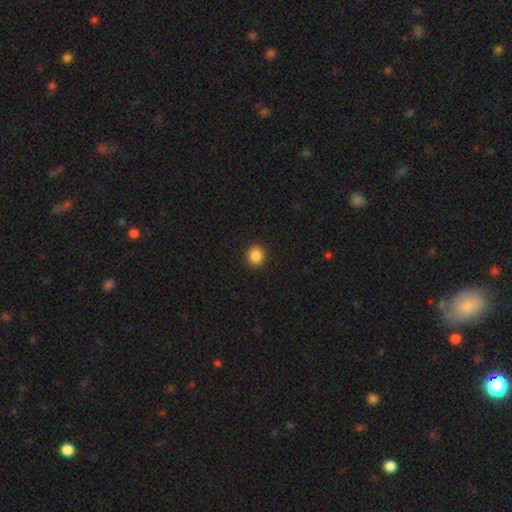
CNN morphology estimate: Overall: smooth (87%). How rounded: round (85%). Merging: none (92%).